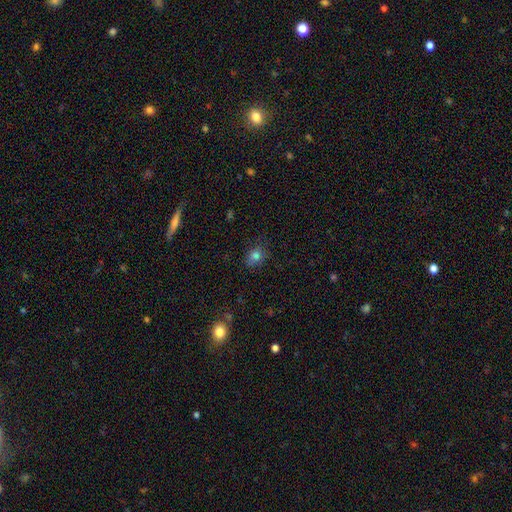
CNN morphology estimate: The model was most divided on "how rounded": in between: 52%, round: 46%, cigar-shaped: 1%. More confident: smooth or featured — smooth (78%); merging — none (76%).